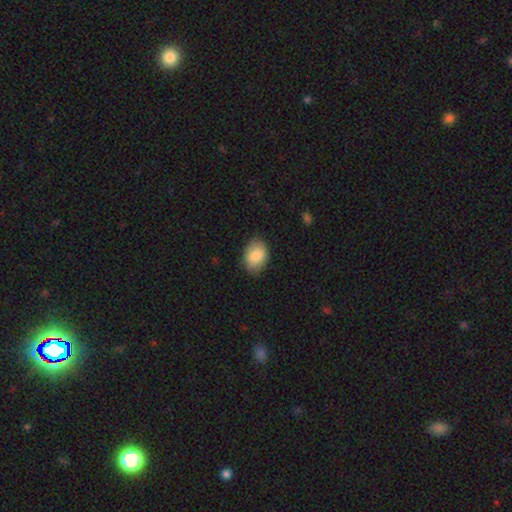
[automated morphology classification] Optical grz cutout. It shows a smooth galaxy with no disk features (85%) that is in between round and cigar-shaped (78%). Merging: none (82%).